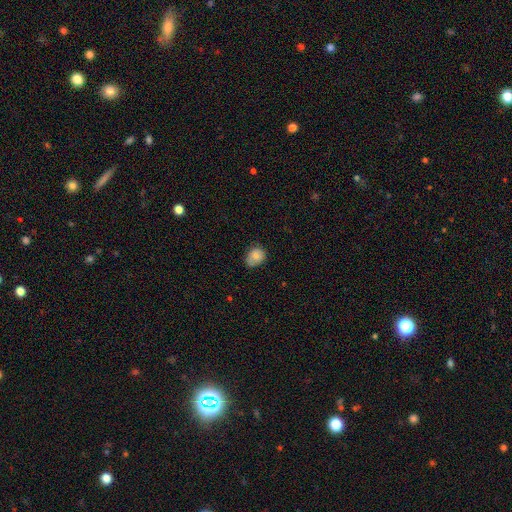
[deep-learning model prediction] Morphology: type=smooth (81%); roundness=in between (50%); merging=none (61%).